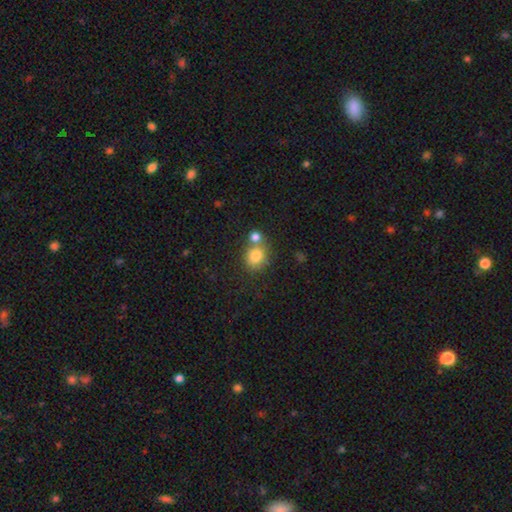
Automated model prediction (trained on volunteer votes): This is clearly a smooth galaxy (81%). How rounded: likely round (70%). Merging: possibly none (53%).